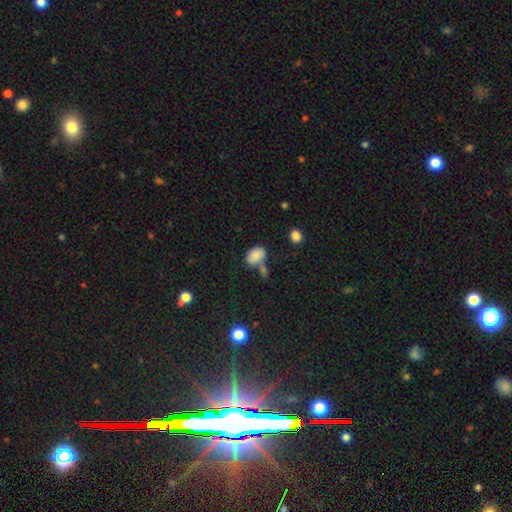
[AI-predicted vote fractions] This appears to be a smooth galaxy with no disk features (83%) that is in between round and cigar-shaped (88%). Merging: none (50%).